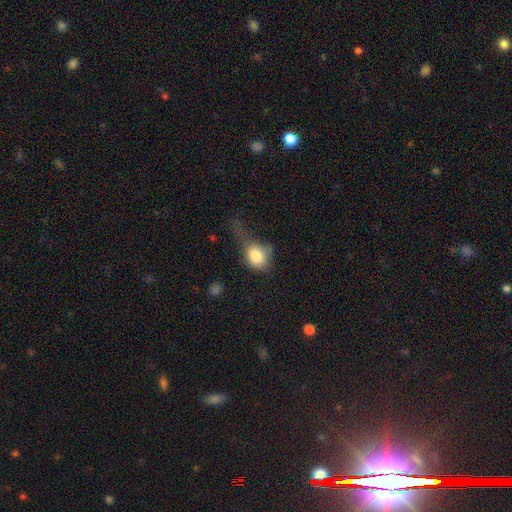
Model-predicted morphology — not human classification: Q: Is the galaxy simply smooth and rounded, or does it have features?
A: smooth — 78%.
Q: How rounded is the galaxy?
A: in between — 58%.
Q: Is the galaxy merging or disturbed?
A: major disturbance — 45%.